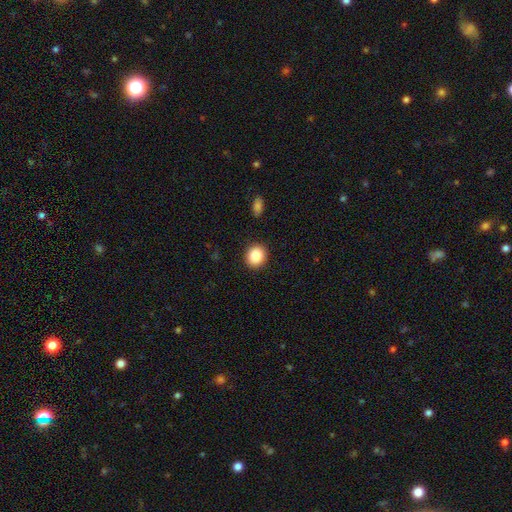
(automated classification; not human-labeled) A smooth galaxy with no disk features (87%) that is round (80%). Merging: none (90%).